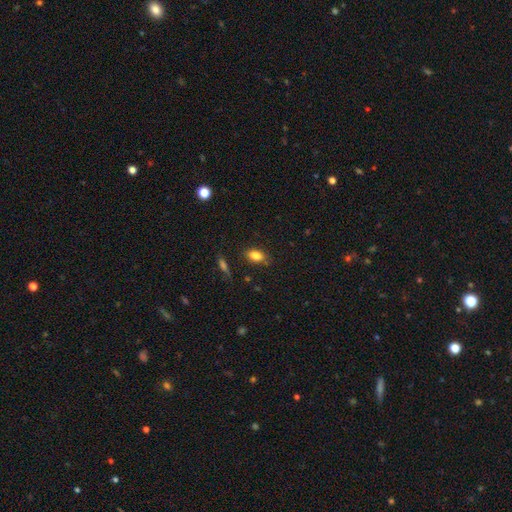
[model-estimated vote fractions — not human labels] A smooth galaxy with no disk features (83%) that is in between round and cigar-shaped (84%).

Vote fractions:
- Smooth or featured? smooth: 83% / star or artifact: 10% / featured or disk: 7%
- How rounded? in between: 84% / round: 12% / cigar-shaped: 4%
- Merging? none: 80% / minor disturbance: 15% / major disturbance: 3% / merger: 2%